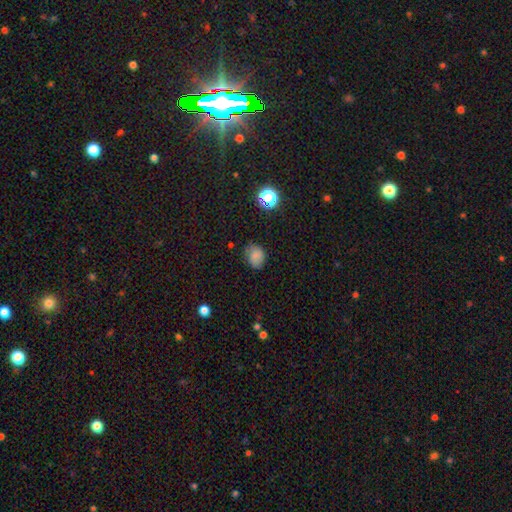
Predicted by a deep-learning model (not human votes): Smooth or featured?
  - smooth: 79% *
  - star or artifact: 14%
  - featured or disk: 7%
How rounded?
  - in between: 51% *
  - round: 48%
  - cigar-shaped: 1%
Merging?
  - none: 71% *
  - minor disturbance: 23%
  - major disturbance: 5%
  - merger: 2%